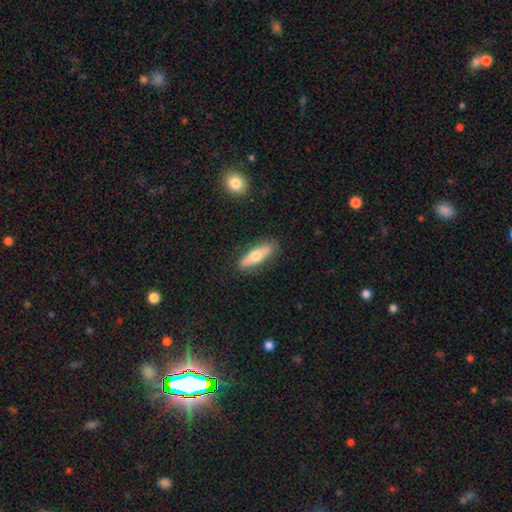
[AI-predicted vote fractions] Morphology: type=smooth (60%); roundness=cigar-shaped (49%, tied with in between); merging=none (84%).